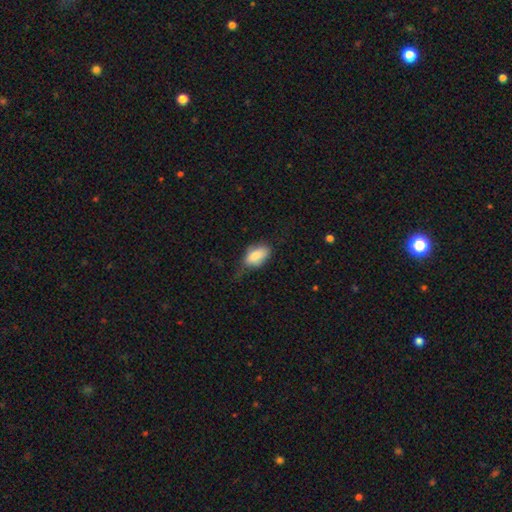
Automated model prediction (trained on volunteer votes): Morphology: type=smooth (82%); roundness=in between (92%); merging=none (43%).